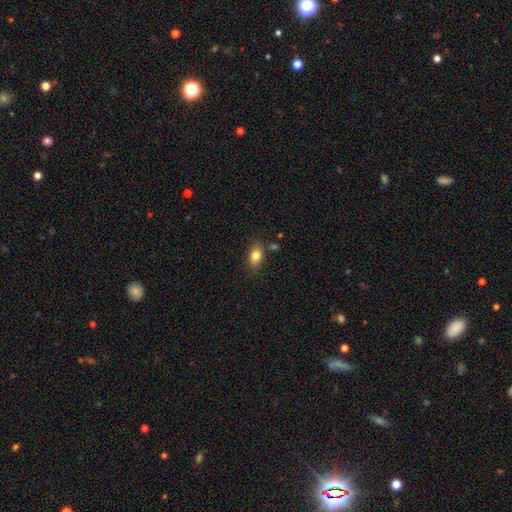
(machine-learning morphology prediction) A smooth galaxy with no disk features (82%) that is in between round and cigar-shaped (83%).

Vote fractions:
- Smooth or featured? smooth: 82% / star or artifact: 9% / featured or disk: 9%
- How rounded? in between: 83% / round: 15% / cigar-shaped: 2%
- Merging? none: 77% / minor disturbance: 14% / merger: 6% / major disturbance: 3%